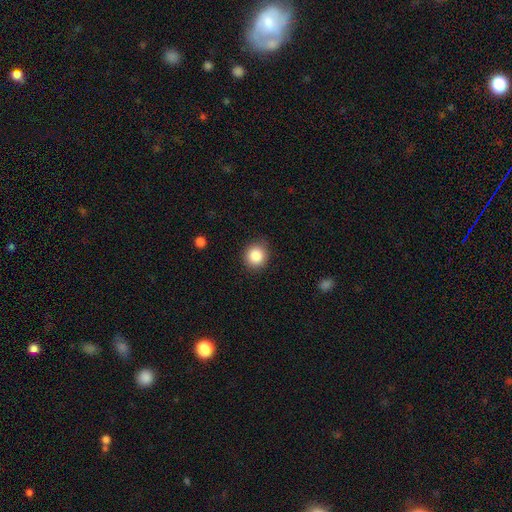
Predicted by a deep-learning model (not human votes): Morphology: type=smooth (87%); roundness=round (87%); merging=none (87%).